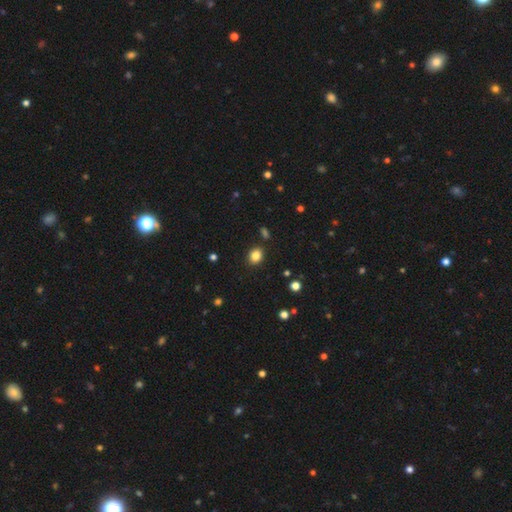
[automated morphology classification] smooth_or_featured: smooth (p=0.84) [alt: star or artifact p=0.11]
how_rounded: round (p=0.51) [alt: in between p=0.48]
merging: none (p=0.88) [alt: minor disturbance p=0.08]